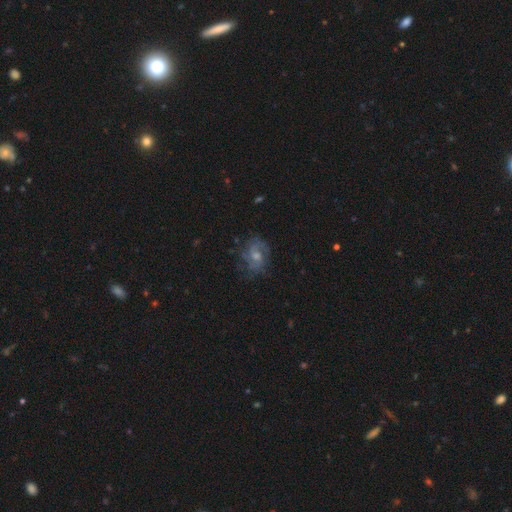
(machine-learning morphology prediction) smooth-or-featured: featured or disk: 72% | smooth: 19% | star or artifact: 9%
  disk-edge-on: no: 97% | yes: 3%
    bar: no: 56% | weak: 39% | strong: 5%
    has-spiral-arms: yes: 88% | no: 12%
      spiral-winding: medium: 48% | tight: 29% | loose: 23%
      spiral-arm-count: 2: 58% | can't tell: 22% | 3: 10% | 1: 4% | 4: 3% | more than 4: 3%
    bulge-size: moderate: 51% | small: 35% | none: 7% | large: 5% | dominant: 1%
  merging: none: 68% | minor disturbance: 19% | major disturbance: 11% | merger: 2%